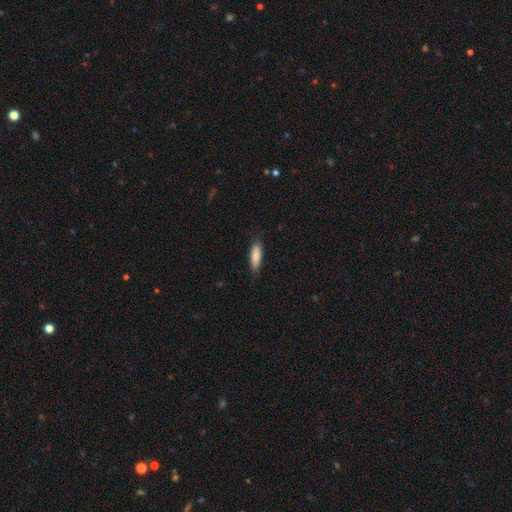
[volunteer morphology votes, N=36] This is clearly a smooth galaxy (83%). How rounded: likely cigar-shaped (73%). Merging: likely none (79%).